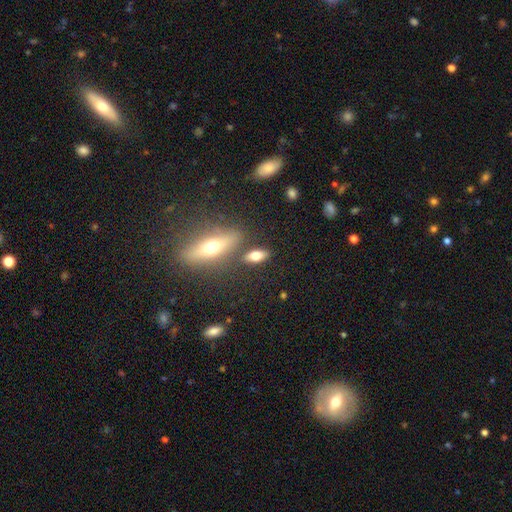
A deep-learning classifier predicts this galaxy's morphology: type=smooth (69%); roundness=in between (74%); merging=none (77%).